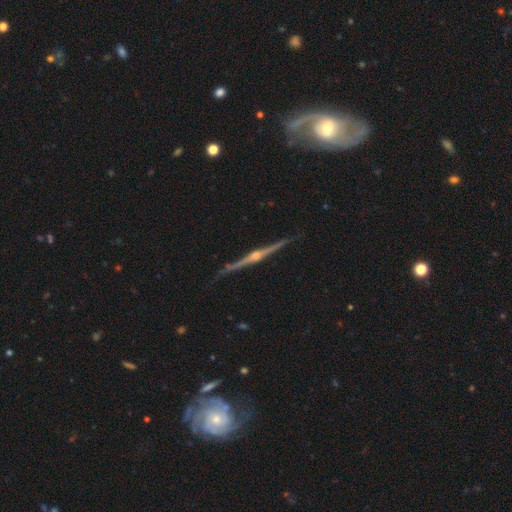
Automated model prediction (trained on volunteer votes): Smooth or featured: featured or disk — 90% (smooth — 5%)
Edge-on disk: yes — 99% (no — 1%)
Edge-on bulge: rounded — 93% (boxy — 4%)
Merging: none — 89% (minor disturbance — 8%)